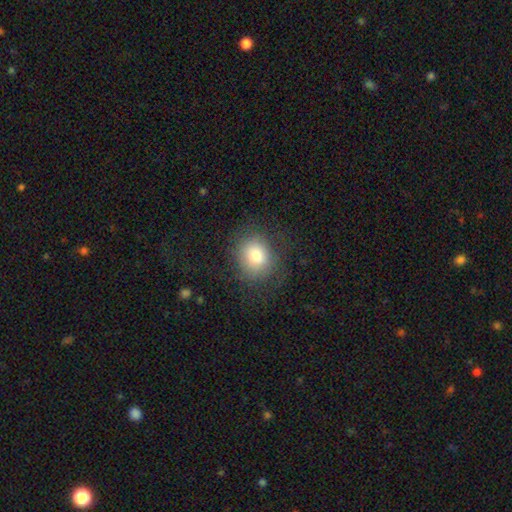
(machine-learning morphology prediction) Smooth or featured? smooth (79%)
How rounded? round (73%)
Merging? none (78%)